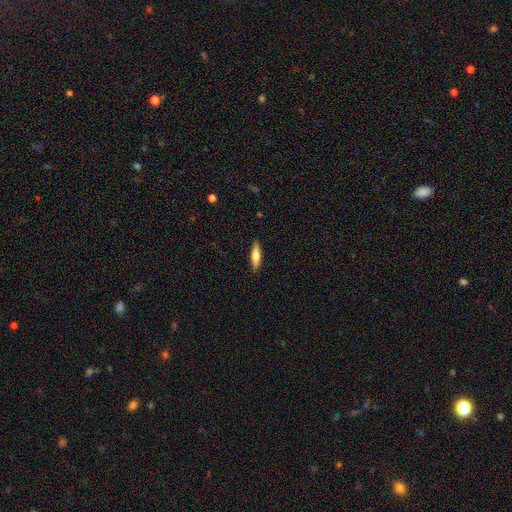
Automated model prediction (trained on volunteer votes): The model was most divided on "smooth or featured": smooth: 57%, featured or disk: 37%, star or artifact: 6%. More confident: merging — none (89%); how rounded — cigar-shaped (74%).